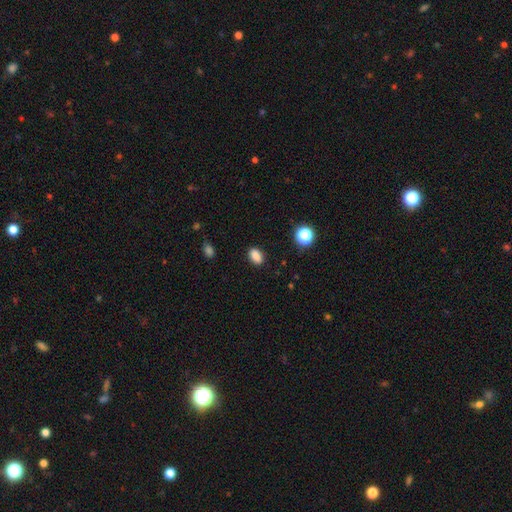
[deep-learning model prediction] Overall: smooth (86%). How rounded: in between (83%). Merging: none (87%).